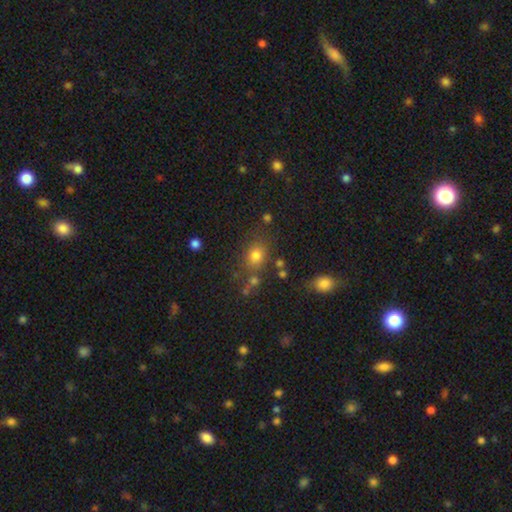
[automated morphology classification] Overall: smooth (75%). How rounded: in between (50%; round 48%). Merging: none (72%).